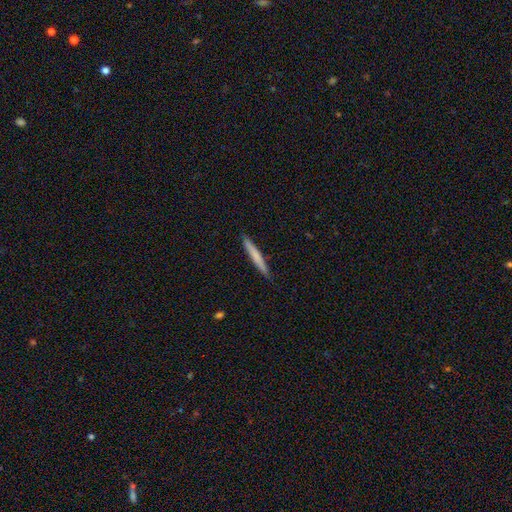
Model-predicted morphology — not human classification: Smooth or featured?
  - smooth: 69% *
  - featured or disk: 26%
  - star or artifact: 5%
How rounded?
  - cigar-shaped: 96% *
  - in between: 2%
  - round: 1%
Merging?
  - none: 90% *
  - minor disturbance: 8%
  - major disturbance: 1%
  - merger: 1%